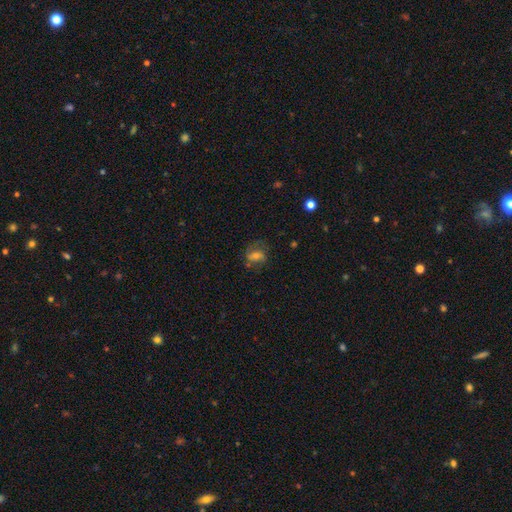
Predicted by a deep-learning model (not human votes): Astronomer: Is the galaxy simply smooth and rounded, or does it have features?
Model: smooth — 54% (runner-up: featured or disk, 33%).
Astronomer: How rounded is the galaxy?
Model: in between — 63%.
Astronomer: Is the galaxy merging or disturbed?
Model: none — 58%.